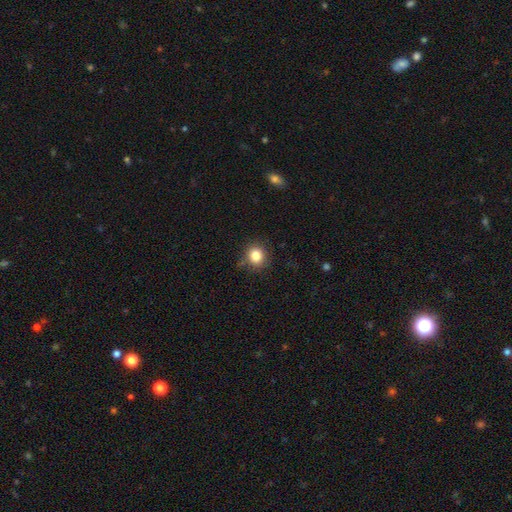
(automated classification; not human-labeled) smooth-or-featured: smooth: 84% | star or artifact: 11% | featured or disk: 5%
  how-rounded: round: 82% | in between: 17% | cigar-shaped: 1%
  merging: none: 85% | minor disturbance: 10% | major disturbance: 3% | merger: 2%